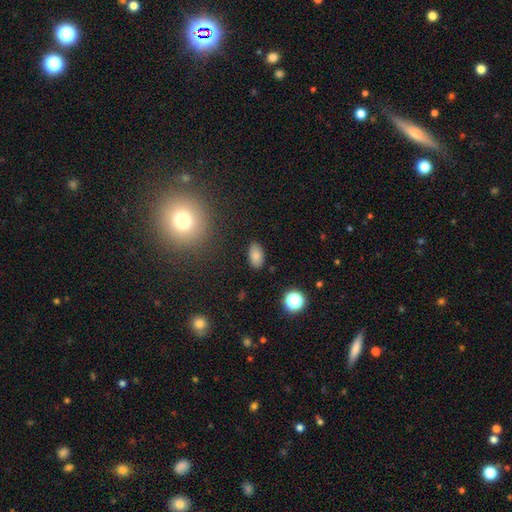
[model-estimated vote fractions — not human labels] Morphology: type=smooth (82%); roundness=in between (92%); merging=none (85%).